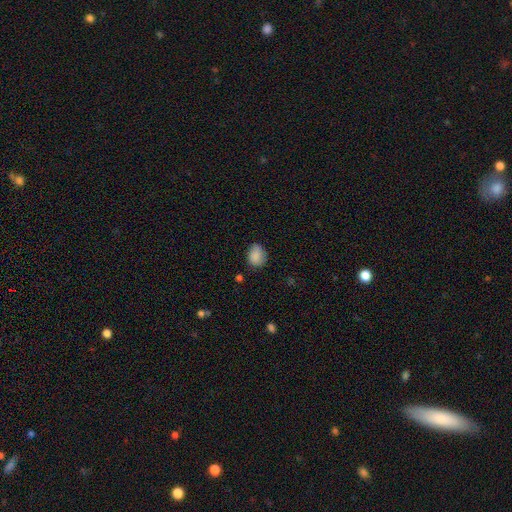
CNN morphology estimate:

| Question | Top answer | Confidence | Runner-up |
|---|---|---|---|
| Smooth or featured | smooth | 85% | star or artifact (8%) |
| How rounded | in between | 55% | round (44%) |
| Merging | none | 69% | minor disturbance (24%) |